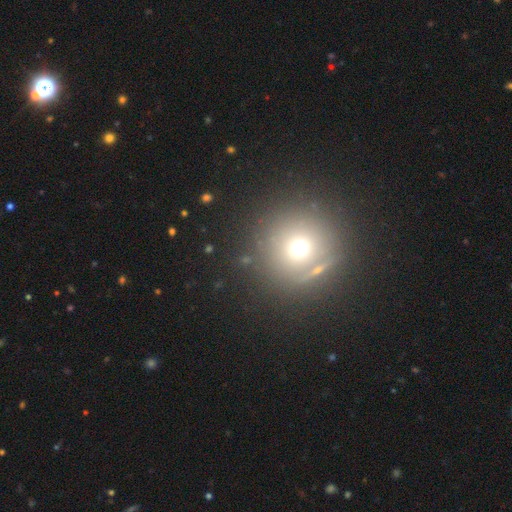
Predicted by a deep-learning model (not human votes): smooth_or_featured: smooth (p=0.55) [alt: star or artifact p=0.29]
how_rounded: round (p=0.95) [alt: in between p=0.04]
merging: none (p=0.85) [alt: minor disturbance p=0.08]